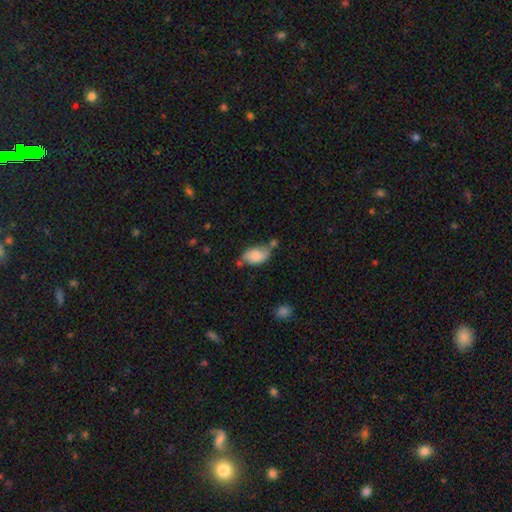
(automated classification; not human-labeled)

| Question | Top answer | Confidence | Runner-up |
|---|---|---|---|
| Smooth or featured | smooth | 74% | featured or disk (18%) |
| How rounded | in between | 91% | round (7%) |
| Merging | none | 41% | minor disturbance (30%) |